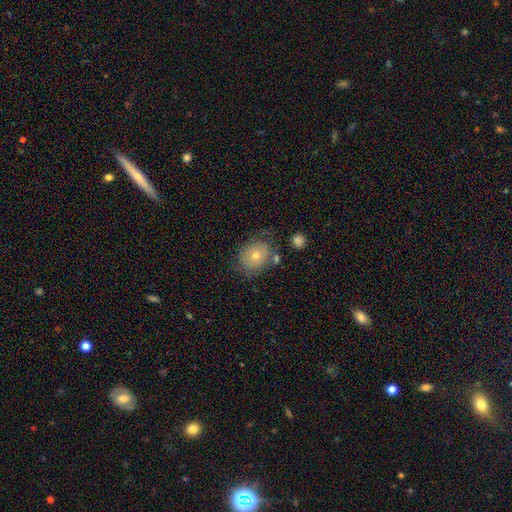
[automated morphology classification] Overall: smooth (57%; featured or disk 31%). How rounded: round (60%; in between 39%). Merging: none (71%).